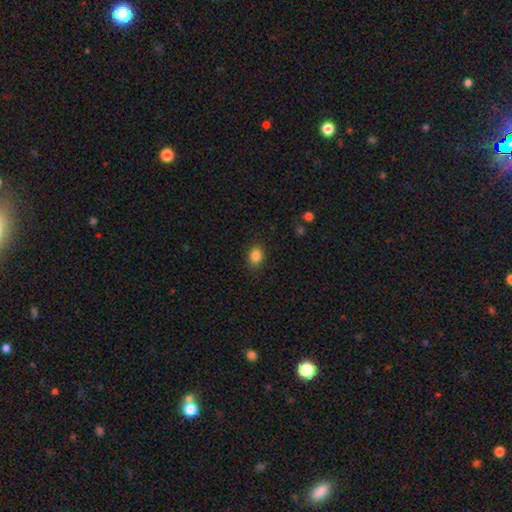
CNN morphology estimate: Smooth or featured? smooth (85%)
How rounded? in between (52%)
Merging? none (86%)